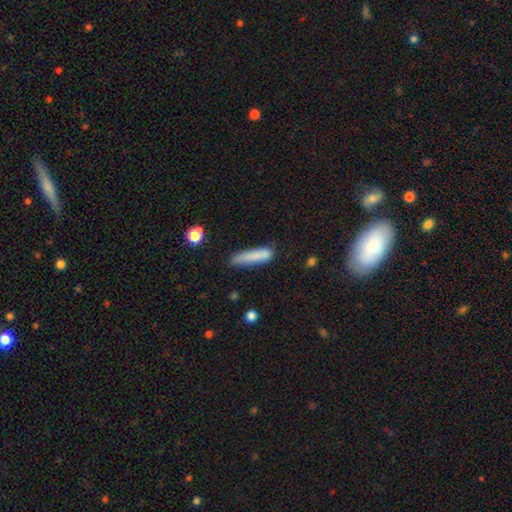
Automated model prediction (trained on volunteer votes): smooth-or-featured: smooth: 81% | featured or disk: 12% | star or artifact: 7%
  how-rounded: cigar-shaped: 83% | in between: 16% | round: 2%
  merging: none: 65% | minor disturbance: 24% | major disturbance: 7% | merger: 4%